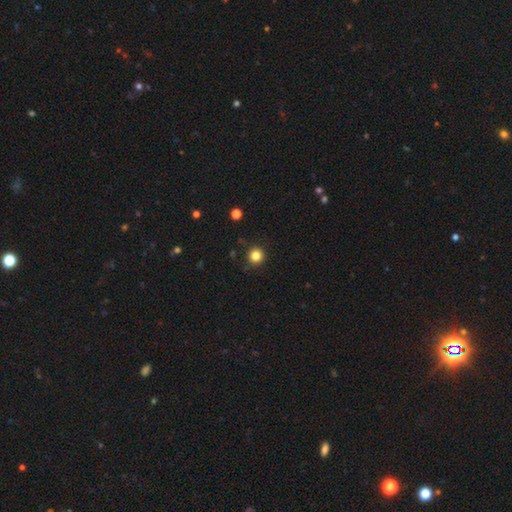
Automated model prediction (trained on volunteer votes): This is clearly a smooth galaxy (83%). How rounded: clearly round (95%). Merging: clearly none (90%).